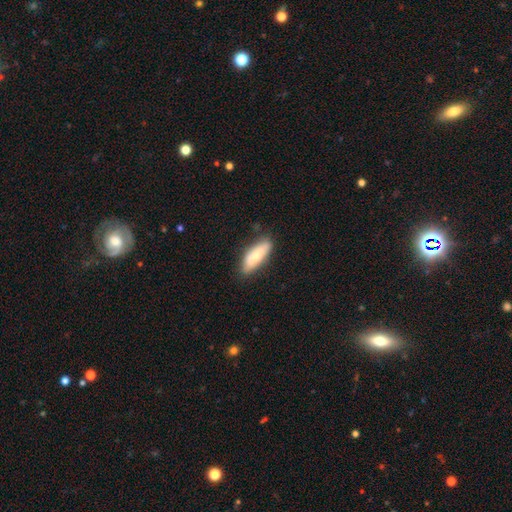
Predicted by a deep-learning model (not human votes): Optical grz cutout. It shows a smooth galaxy with no disk features (71%) that is in between round and cigar-shaped (66%). Merging: none (77%).